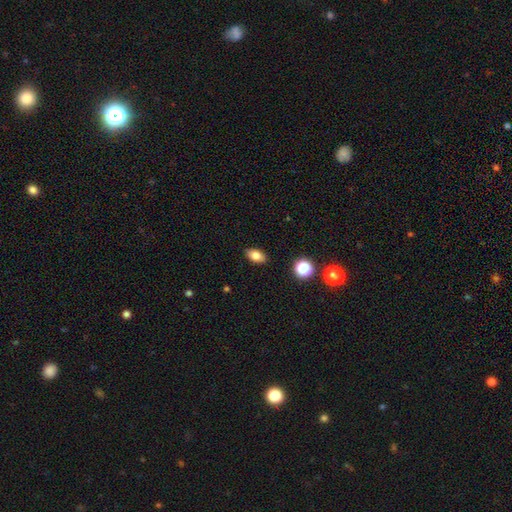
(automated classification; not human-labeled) Smooth or featured? smooth (81%)
How rounded? in between (88%)
Merging? none (88%)